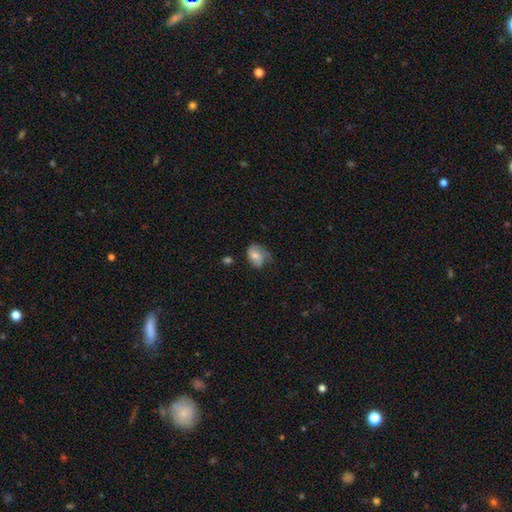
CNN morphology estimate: Smooth or featured? smooth (51%)
How rounded? in between (70%)
Merging? none (45%)